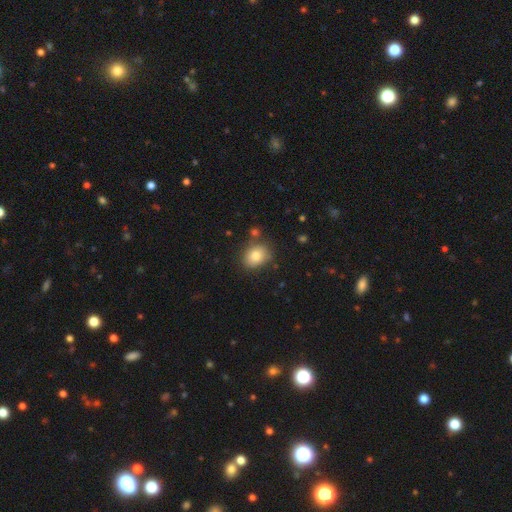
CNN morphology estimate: smooth-or-featured: smooth: 80% | featured or disk: 10% | star or artifact: 9%
  how-rounded: in between: 53% | round: 46% | cigar-shaped: 1%
  merging: none: 79% | minor disturbance: 13% | merger: 5% | major disturbance: 3%